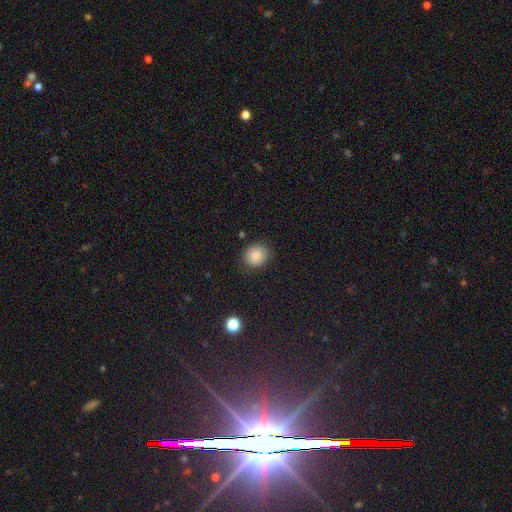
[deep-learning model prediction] Smooth or featured? Predicted: smooth (p=0.86). How rounded? Predicted: round (p=0.74). Merging? Predicted: none (p=0.83).